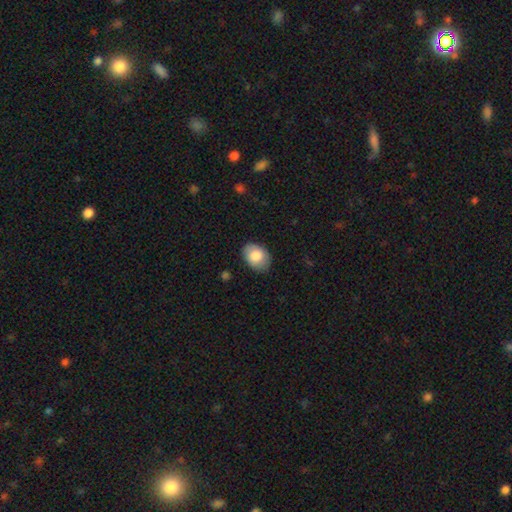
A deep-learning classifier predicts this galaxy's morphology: A smooth galaxy with no disk features (80%) that is in between round and cigar-shaped (80%).

Vote fractions:
- Smooth or featured? smooth: 80% / featured or disk: 13% / star or artifact: 7%
- How rounded? in between: 80% / round: 19% / cigar-shaped: 1%
- Merging? none: 83% / minor disturbance: 13% / major disturbance: 3% / merger: 1%